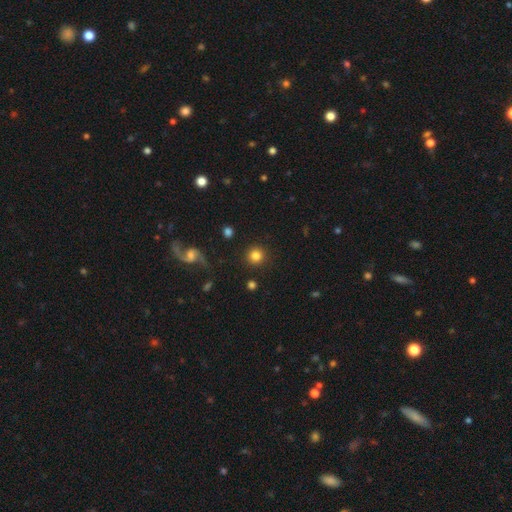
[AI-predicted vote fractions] This is clearly a smooth galaxy (82%). How rounded: clearly round (94%). Merging: clearly none (89%).